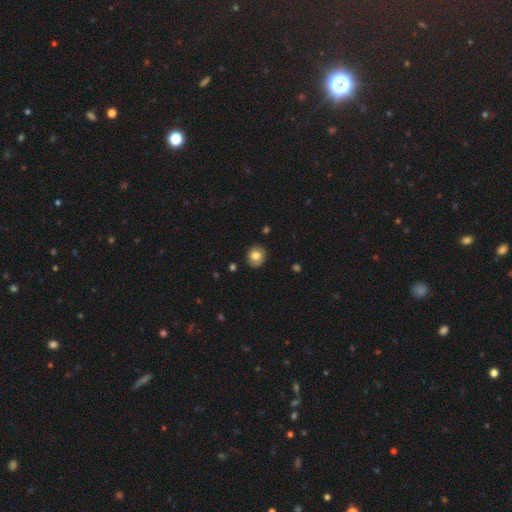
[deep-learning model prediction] Smooth or featured: smooth — 78% (featured or disk — 12%)
How rounded: round — 75% (in between — 24%)
Merging: none — 83% (minor disturbance — 13%)